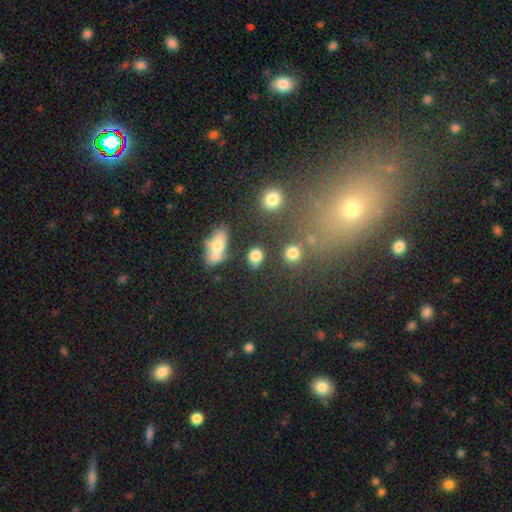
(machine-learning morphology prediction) Smooth or featured?
  - smooth: 78% *
  - star or artifact: 12%
  - featured or disk: 9%
How rounded?
  - in between: 52% *
  - round: 45%
  - cigar-shaped: 3%
Merging?
  - none: 66% *
  - minor disturbance: 15%
  - merger: 13%
  - major disturbance: 6%